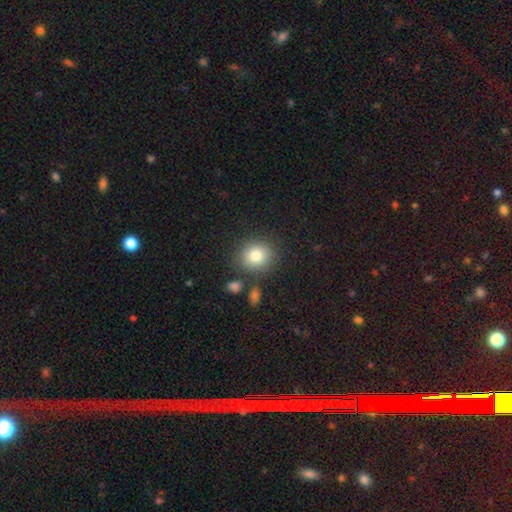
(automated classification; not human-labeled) Smooth or featured?
  - smooth: 81% *
  - star or artifact: 10%
  - featured or disk: 9%
How rounded?
  - round: 81% *
  - in between: 18%
  - cigar-shaped: 1%
Merging?
  - none: 81% *
  - minor disturbance: 10%
  - merger: 6%
  - major disturbance: 4%